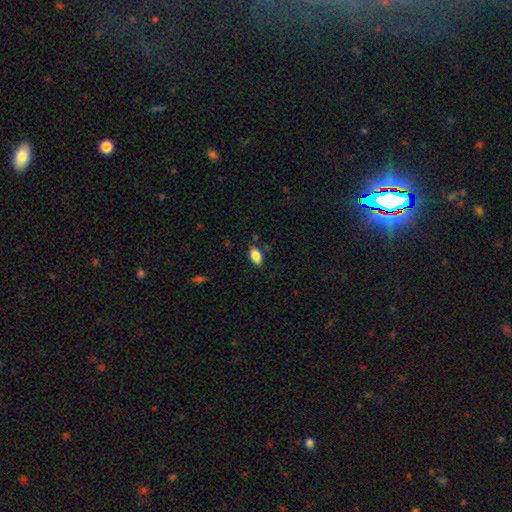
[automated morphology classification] type=smooth (85%); roundness=in between (91%); merging=none (82%).